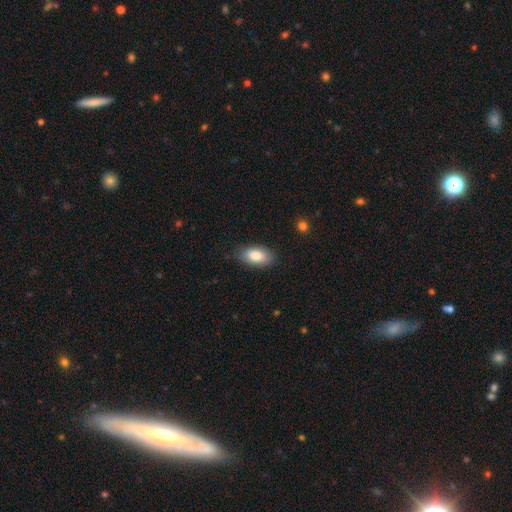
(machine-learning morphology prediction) smooth 84%, featured or disk 9%, star or artifact 7%. Down the decision tree: how rounded — in between (93%); merging — none (83%).